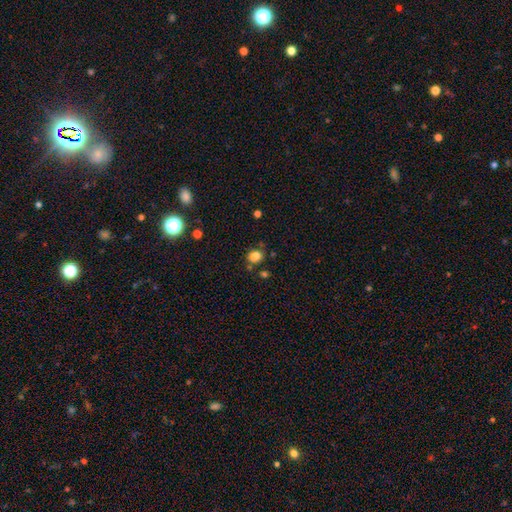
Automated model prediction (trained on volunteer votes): Smooth or featured?
  - smooth: 82% *
  - star or artifact: 13%
  - featured or disk: 5%
How rounded?
  - round: 57% *
  - in between: 42%
  - cigar-shaped: 1%
Merging?
  - none: 74% *
  - minor disturbance: 14%
  - merger: 8%
  - major disturbance: 4%